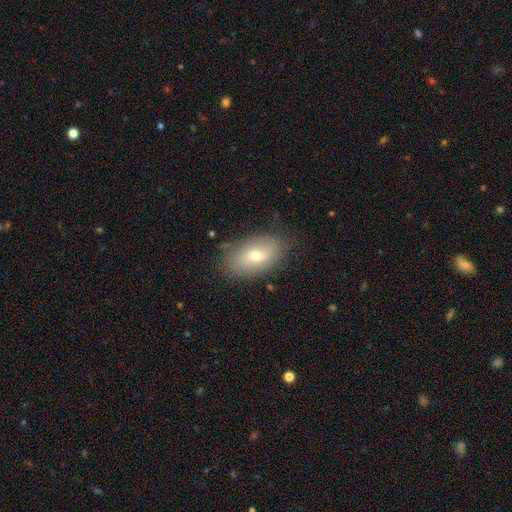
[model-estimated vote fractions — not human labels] Morphology: type=smooth (62%); roundness=in between (91%); merging=none (83%).